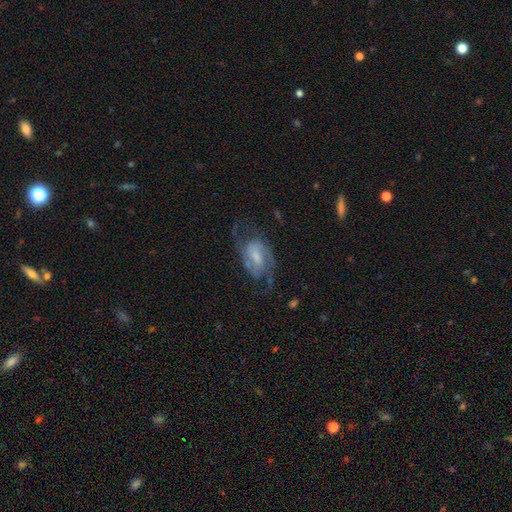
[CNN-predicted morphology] smooth-or-featured: featured or disk: 81% | smooth: 12% | star or artifact: 6%
  disk-edge-on: no: 97% | yes: 3%
    bar: weak: 54% | no: 27% | strong: 19%
    has-spiral-arms: yes: 94% | no: 6%
      spiral-winding: medium: 52% | loose: 29% | tight: 19%
      spiral-arm-count: 2: 84% | can't tell: 7% | 3: 4% | 1: 2% | 4: 1% | more than 4: 1%
    bulge-size: small: 39% | moderate: 35% | none: 14% | large: 10% | dominant: 2%
  merging: none: 62% | minor disturbance: 18% | major disturbance: 18% | merger: 2%